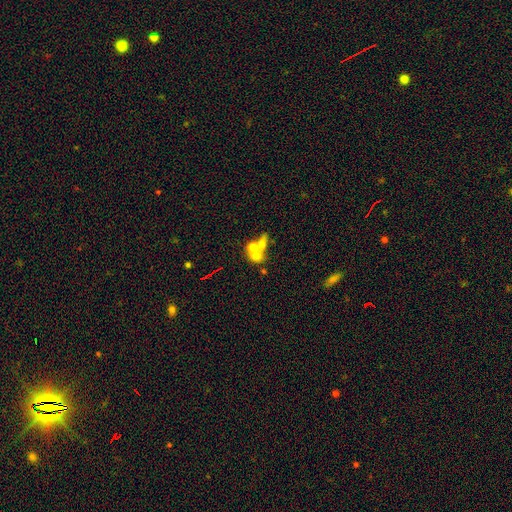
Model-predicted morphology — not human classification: This is possibly a smooth galaxy (54%). How rounded: likely round (63%). Merging: likely merger (61%).